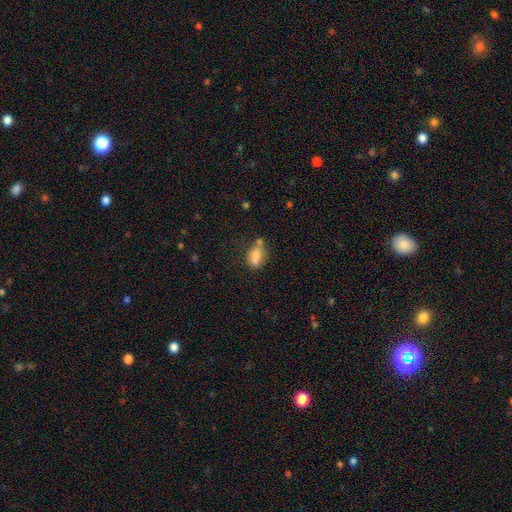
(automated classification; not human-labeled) Q: Smooth or featured?
A: smooth (80%); runner-up: featured or disk (11%)
Q: How rounded?
A: in between (83%); runner-up: round (11%)
Q: Merging?
A: none (48%); runner-up: minor disturbance (24%)